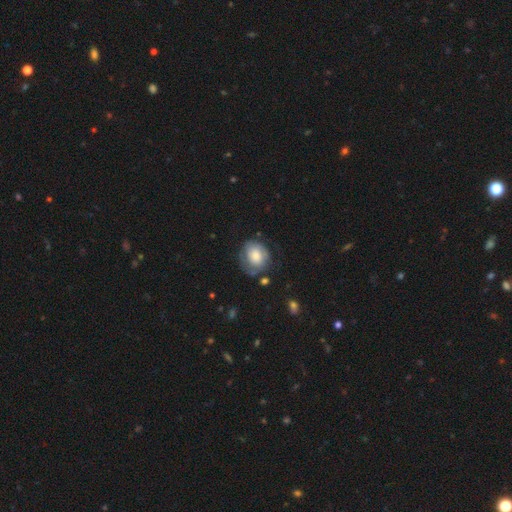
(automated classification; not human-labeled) smooth-or-featured: smooth: 53% | featured or disk: 39% | star or artifact: 8%
  how-rounded: round: 58% | in between: 41% | cigar-shaped: 1%
  merging: none: 59% | minor disturbance: 25% | major disturbance: 13% | merger: 3%